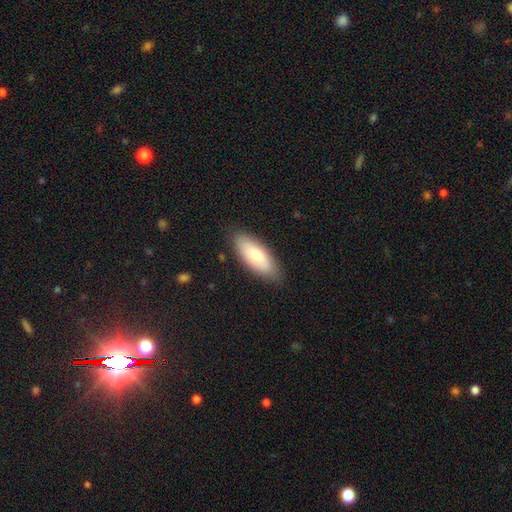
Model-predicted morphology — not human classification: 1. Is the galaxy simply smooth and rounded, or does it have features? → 68% smooth, 26% featured or disk, 6% star or artifact.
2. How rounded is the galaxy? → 83% in between, 15% cigar-shaped, 2% round.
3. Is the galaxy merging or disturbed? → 85% none, 11% minor disturbance, 2% major disturbance, 1% merger.